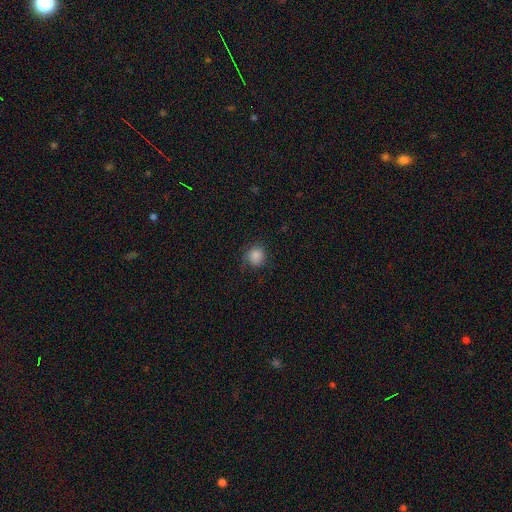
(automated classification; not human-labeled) Smooth or featured: smooth — 84% (star or artifact — 10%)
How rounded: round — 87% (in between — 12%)
Merging: none — 75% (minor disturbance — 18%)